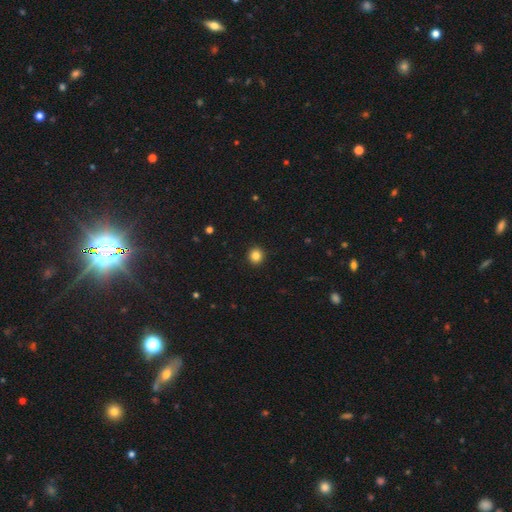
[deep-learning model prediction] A smooth galaxy with no disk features (85%) that is round (89%).

Vote fractions:
- Smooth or featured? smooth: 85% / star or artifact: 11% / featured or disk: 4%
- How rounded? round: 89% / in between: 10% / cigar-shaped: 1%
- Merging? none: 93% / minor disturbance: 4% / major disturbance: 2% / merger: 1%